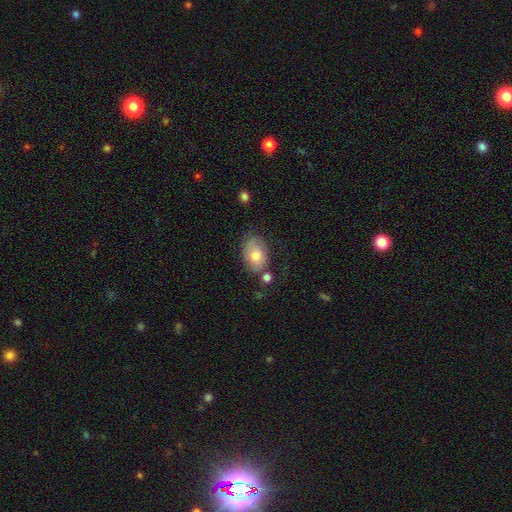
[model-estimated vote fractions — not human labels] This appears to be a smooth galaxy with no disk features (73%) that is in between round and cigar-shaped (85%). Merging: none (58%).